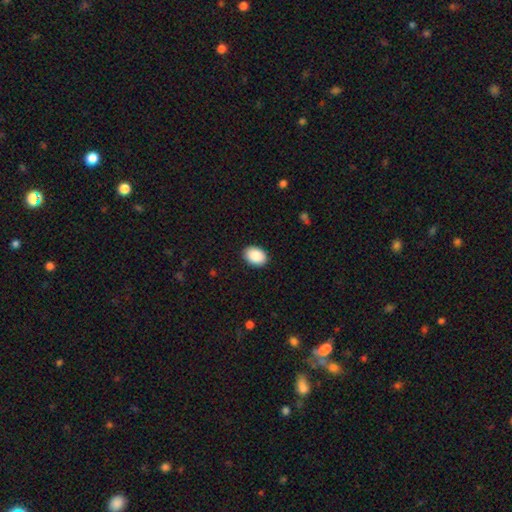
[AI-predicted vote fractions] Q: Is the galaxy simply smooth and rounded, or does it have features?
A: smooth — 91%.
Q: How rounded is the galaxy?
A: in between — 78%.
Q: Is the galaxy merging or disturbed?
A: none — 91%.